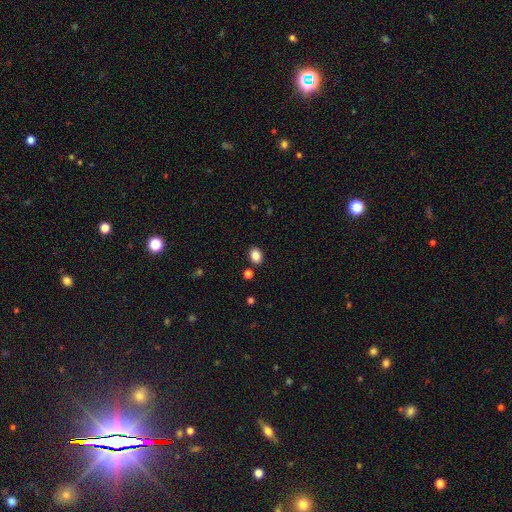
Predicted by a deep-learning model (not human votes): The model was most divided on "how rounded": in between: 62%, round: 37%, cigar-shaped: 1%. More confident: merging — none (86%); smooth or featured — smooth (85%).